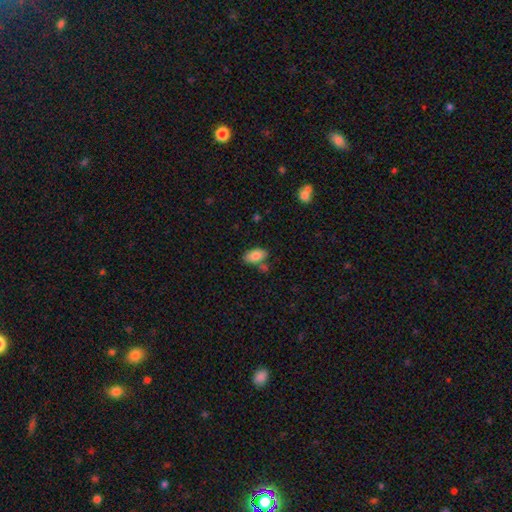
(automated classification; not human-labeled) A smooth galaxy with no disk features (82%) that is in between round and cigar-shaped (93%).

Vote fractions:
- Smooth or featured? smooth: 82% / featured or disk: 10% / star or artifact: 7%
- How rounded? in between: 93% / round: 4% / cigar-shaped: 2%
- Merging? none: 67% / minor disturbance: 16% / merger: 13% / major disturbance: 4%